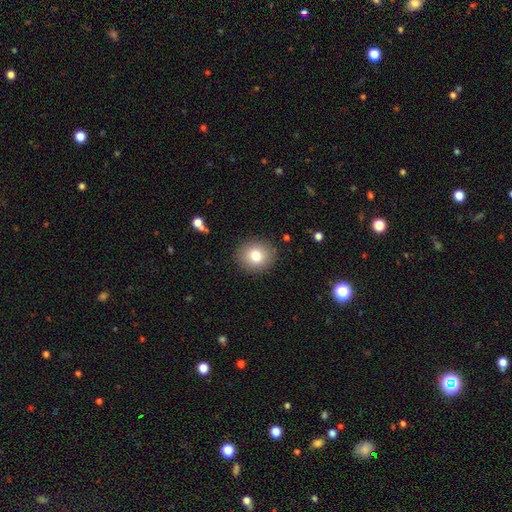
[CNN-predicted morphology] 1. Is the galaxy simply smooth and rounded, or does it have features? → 80% smooth, 10% featured or disk, 10% star or artifact.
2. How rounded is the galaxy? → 78% round, 21% in between, 1% cigar-shaped.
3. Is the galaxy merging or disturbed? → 89% none, 8% minor disturbance, 2% major disturbance, 1% merger.